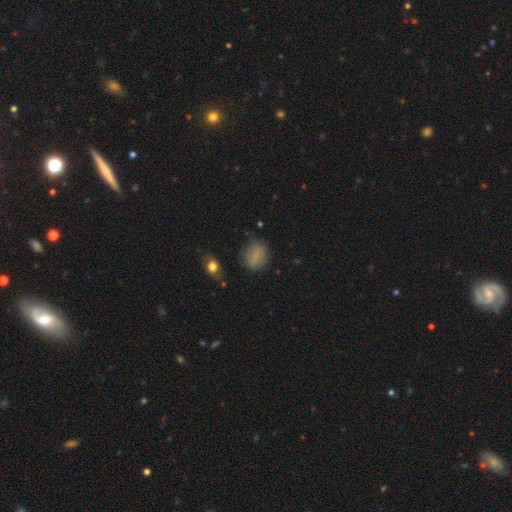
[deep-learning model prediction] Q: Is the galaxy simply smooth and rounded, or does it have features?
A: smooth — 77%.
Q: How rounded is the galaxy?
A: round — 58%.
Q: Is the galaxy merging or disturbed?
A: none — 71%.